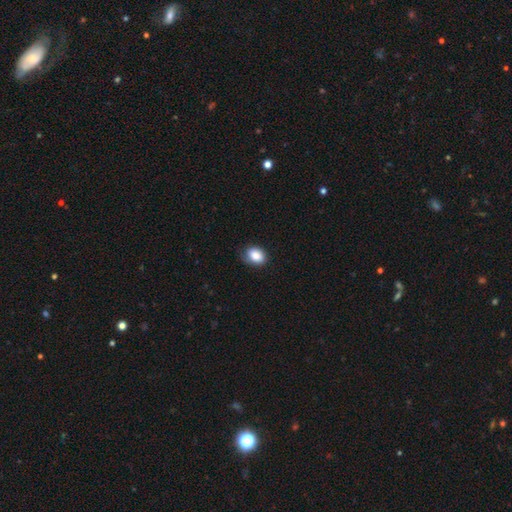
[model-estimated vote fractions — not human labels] A smooth galaxy with no disk features (86%) that is in between round and cigar-shaped (68%). Merging: none (72%).